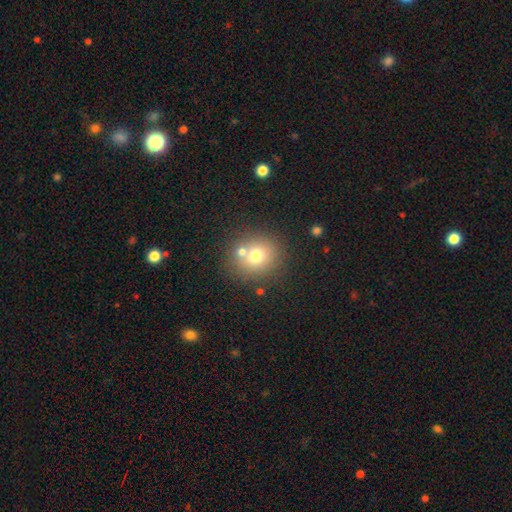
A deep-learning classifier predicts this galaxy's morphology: Smooth or featured? Predicted: smooth (p=0.69). How rounded? Predicted: round (p=0.84). Merging? Predicted: none (p=0.68).